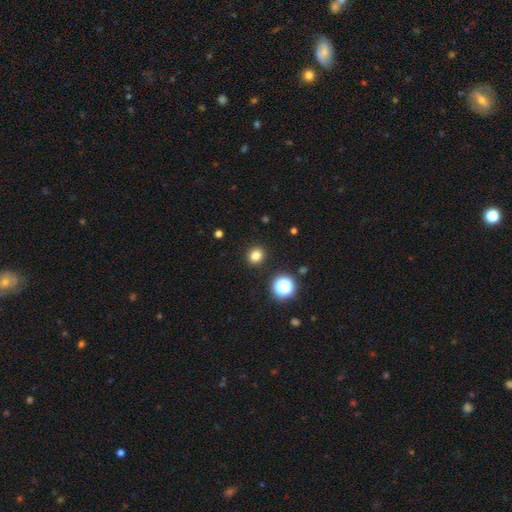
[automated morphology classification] Smooth or featured?
  - smooth: 80% *
  - star or artifact: 15%
  - featured or disk: 5%
How rounded?
  - round: 82% *
  - in between: 17%
  - cigar-shaped: 1%
Merging?
  - none: 91% *
  - minor disturbance: 6%
  - major disturbance: 2%
  - merger: 1%